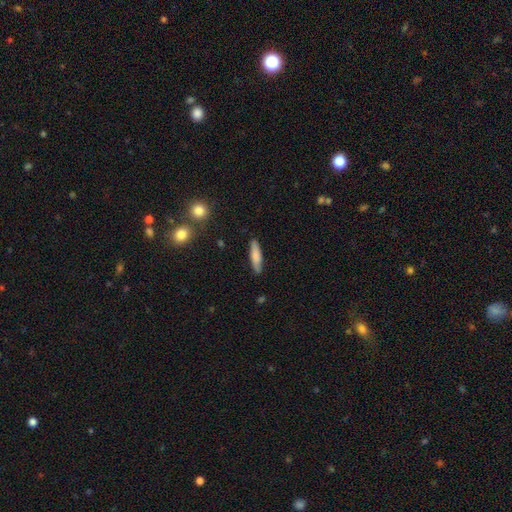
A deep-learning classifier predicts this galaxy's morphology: Smooth or featured: smooth — 78% (featured or disk — 16%)
How rounded: cigar-shaped — 76% (in between — 22%)
Merging: none — 85% (minor disturbance — 11%)